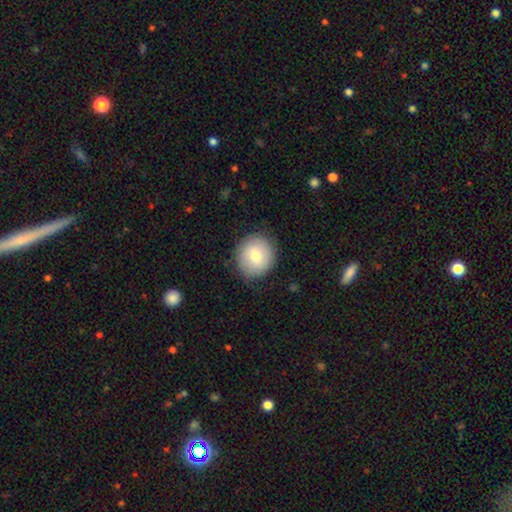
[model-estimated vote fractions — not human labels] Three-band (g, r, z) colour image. It shows a smooth galaxy with no disk features (73%) that is round (88%). Merging: none (85%).